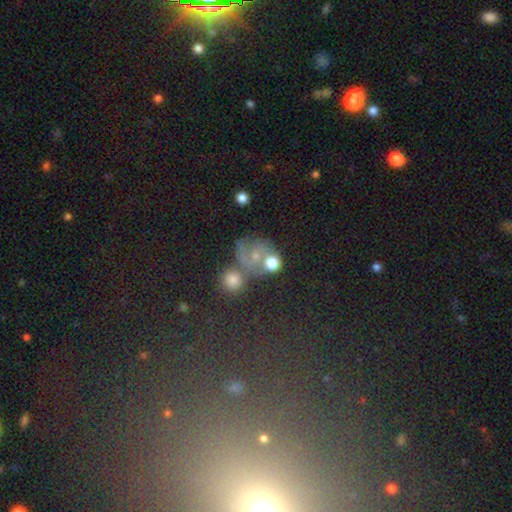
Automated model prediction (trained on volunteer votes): Smooth or featured? smooth (45%)
Merging? none (37%)